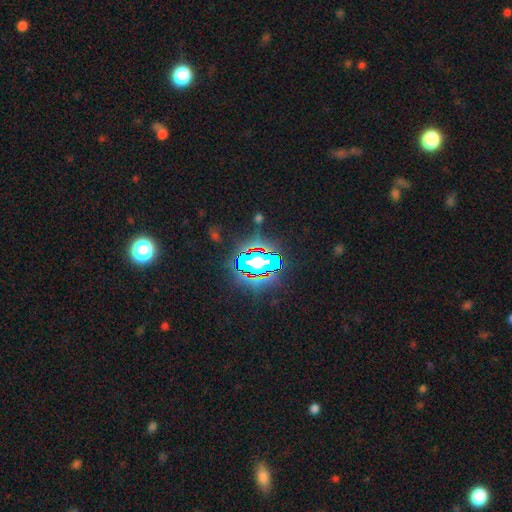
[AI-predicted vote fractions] Smooth or featured? star or artifact (78%)